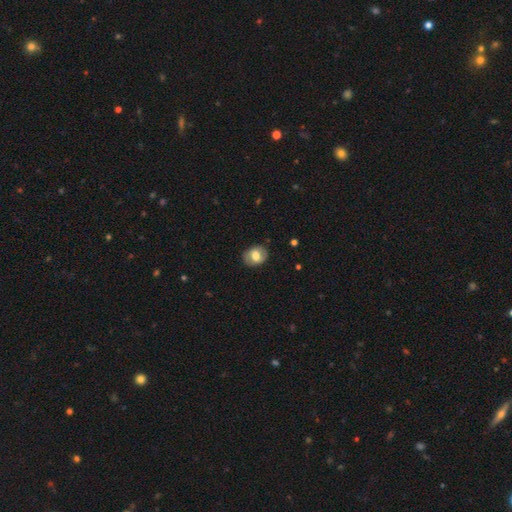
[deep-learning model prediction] smooth-or-featured: smooth: 65% | featured or disk: 27% | star or artifact: 8%
  how-rounded: in between: 55% | round: 44% | cigar-shaped: 1%
  merging: none: 82% | minor disturbance: 13% | major disturbance: 4% | merger: 1%